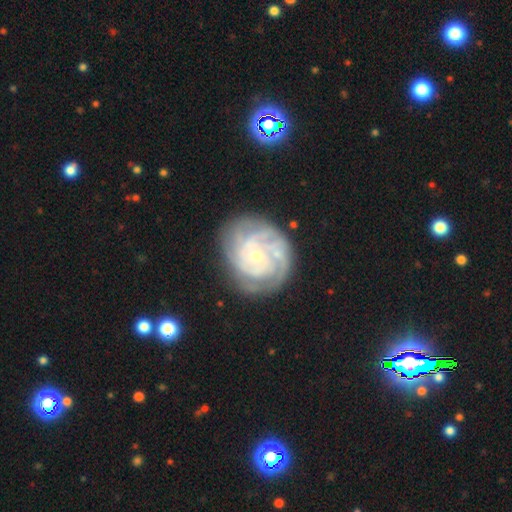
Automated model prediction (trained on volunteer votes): featured or disk 85%, smooth 9%, star or artifact 6%. Down the decision tree: edge-on disk — no (98%); bar — no (77%); spiral arms — yes (96%); spiral arm count — can't tell (29%); spiral winding — tight (74%); bulge size — small (72%); merging — none (73%).